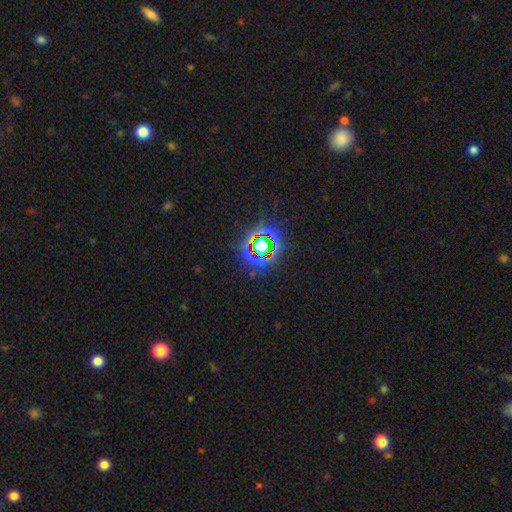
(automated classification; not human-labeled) This appears to be a star or artifact, not a galaxy (64%).